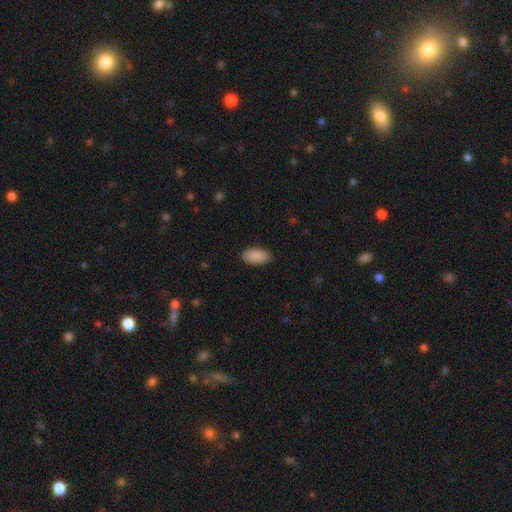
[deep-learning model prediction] Smooth or featured? Predicted: smooth (p=0.90). How rounded? Predicted: in between (p=0.94). Merging? Predicted: none (p=0.87).